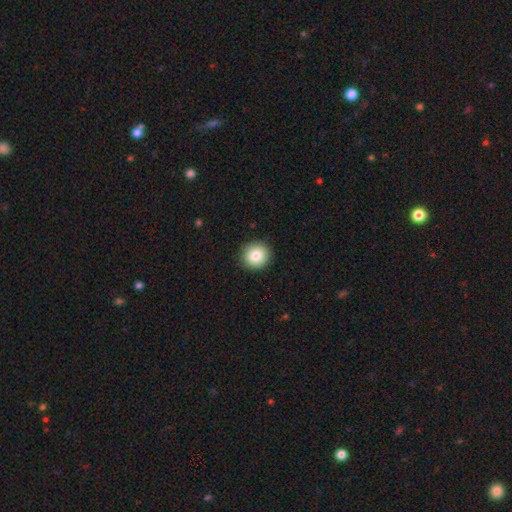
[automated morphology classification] A smooth galaxy with no disk features (83%) that is round (91%). Merging: none (91%).